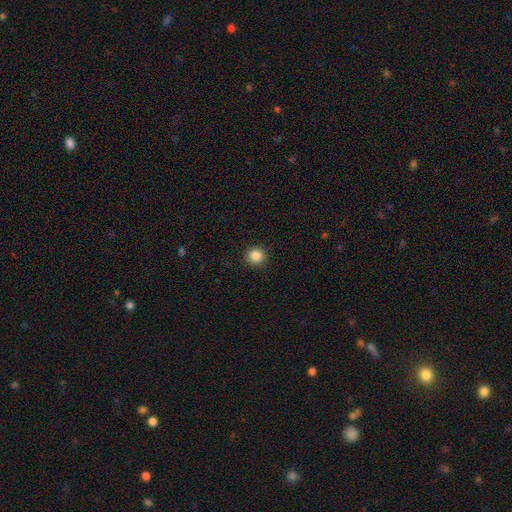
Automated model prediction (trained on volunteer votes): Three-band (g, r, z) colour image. It shows a smooth galaxy with no disk features (85%) that is round (95%). Merging: none (93%).